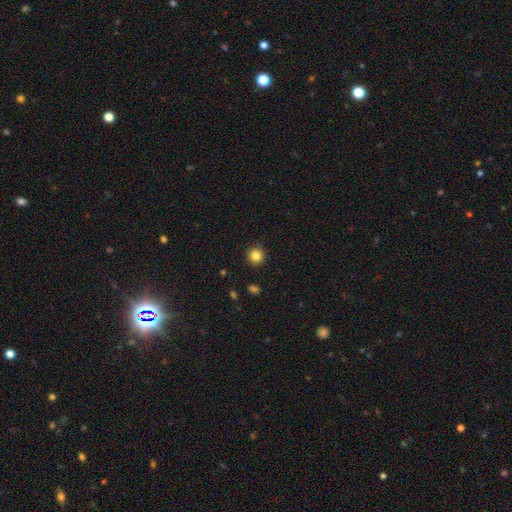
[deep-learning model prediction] This appears to be a smooth galaxy with no disk features (83%) that is round (93%). Merging: none (90%).